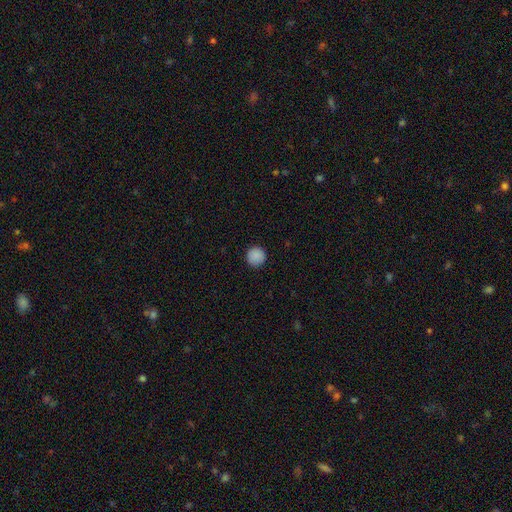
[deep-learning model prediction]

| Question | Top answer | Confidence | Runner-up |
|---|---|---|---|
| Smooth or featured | smooth | 89% | star or artifact (9%) |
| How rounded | round | 96% | in between (3%) |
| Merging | none | 92% | minor disturbance (5%) |